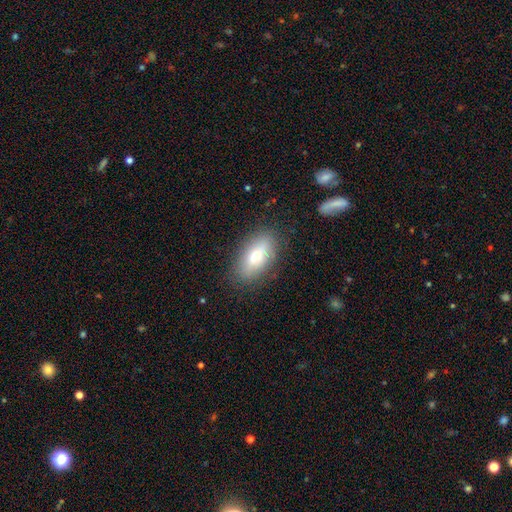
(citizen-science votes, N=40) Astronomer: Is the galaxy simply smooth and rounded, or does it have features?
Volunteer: smooth — 85%.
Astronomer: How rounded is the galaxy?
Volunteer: in between — 94%.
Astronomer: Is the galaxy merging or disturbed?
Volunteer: none — 86%.